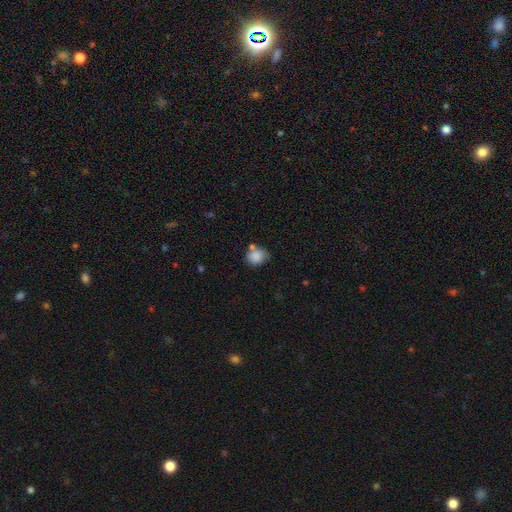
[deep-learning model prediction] This appears to be a smooth galaxy with no disk features (86%) that is round (63%). Merging: none (59%).